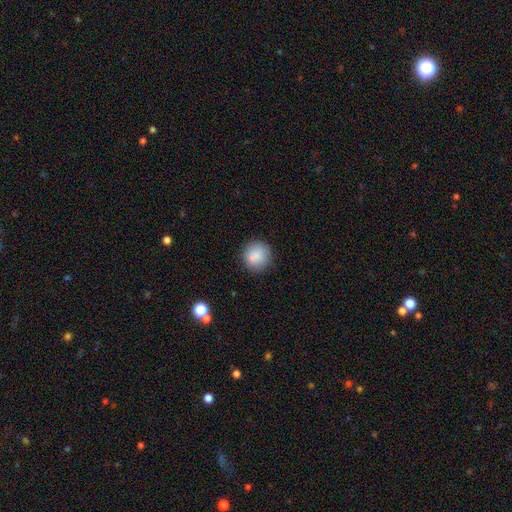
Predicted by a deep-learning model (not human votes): This appears to be a smooth galaxy with no disk features (85%) that is round (90%). Merging: none (84%).